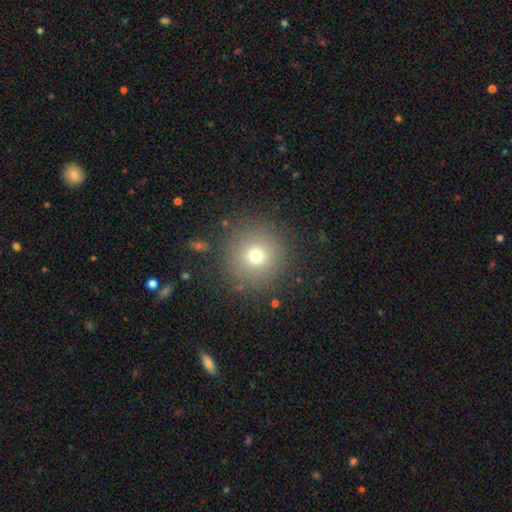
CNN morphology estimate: Smooth or featured?
  - smooth: 71% *
  - star or artifact: 17%
  - featured or disk: 12%
How rounded?
  - round: 95% *
  - in between: 4%
  - cigar-shaped: 1%
Merging?
  - none: 87% *
  - minor disturbance: 7%
  - major disturbance: 4%
  - merger: 2%